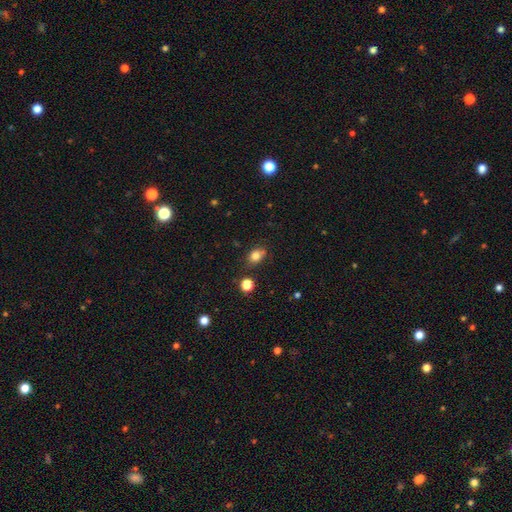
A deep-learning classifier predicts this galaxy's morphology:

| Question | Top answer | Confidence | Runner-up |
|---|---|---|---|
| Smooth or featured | smooth | 80% | star or artifact (12%) |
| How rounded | in between | 57% | round (41%) |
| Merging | none | 71% | minor disturbance (18%) |